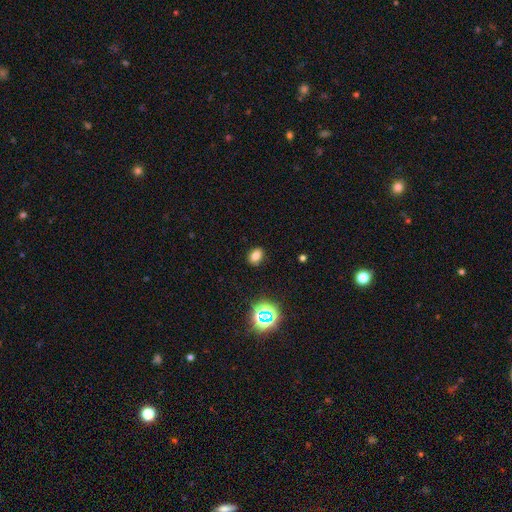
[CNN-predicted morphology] smooth_or_featured: smooth (p=0.74) [alt: star or artifact p=0.19]
how_rounded: in between (p=0.63) [alt: round p=0.36]
merging: none (p=0.87) [alt: minor disturbance p=0.09]